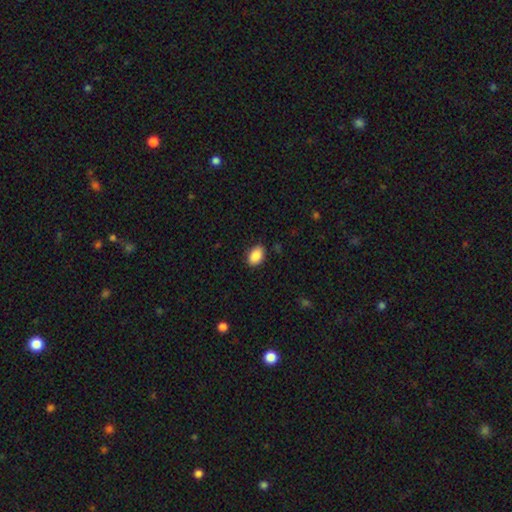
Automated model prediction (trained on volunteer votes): This is clearly a smooth galaxy (89%). How rounded: clearly in between (86%). Merging: clearly none (85%).